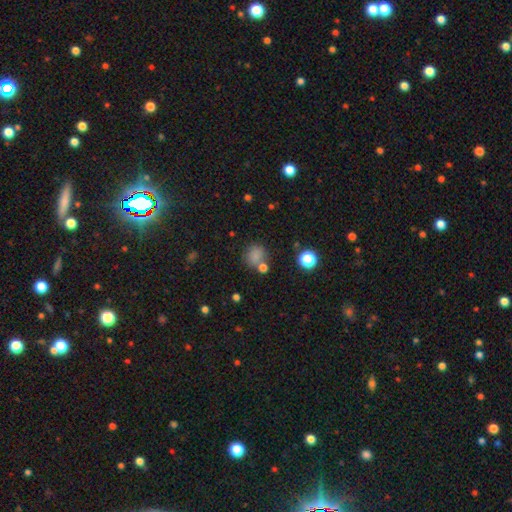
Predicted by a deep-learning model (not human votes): This is likely a smooth galaxy (76%). How rounded: likely round (77%). Merging: likely none (63%).